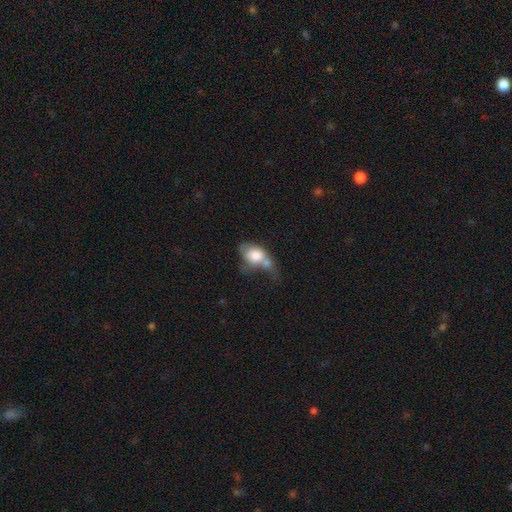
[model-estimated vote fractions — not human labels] Smooth or featured: smooth — 69% (featured or disk — 23%)
How rounded: in between — 70% (round — 28%)
Merging: merger — 51% (major disturbance — 22%)